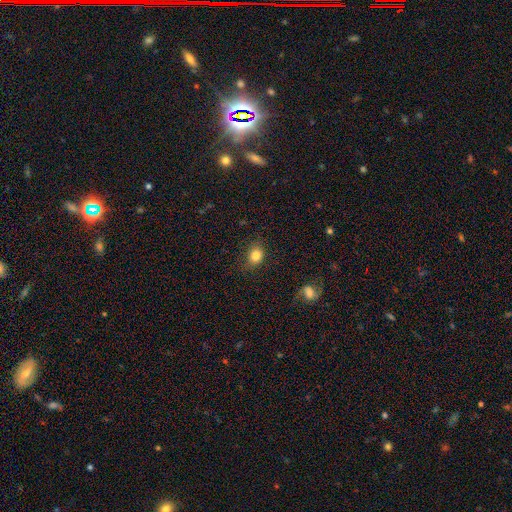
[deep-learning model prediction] Overall: smooth (82%). How rounded: round (56%; in between 43%). Merging: none (79%).